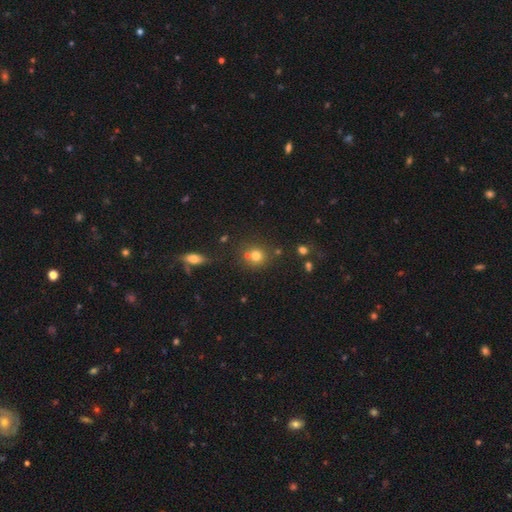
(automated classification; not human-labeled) smooth_or_featured: smooth (p=0.73) [alt: star or artifact p=0.16]
how_rounded: round (p=0.85) [alt: in between p=0.14]
merging: none (p=0.61) [alt: merger p=0.26]